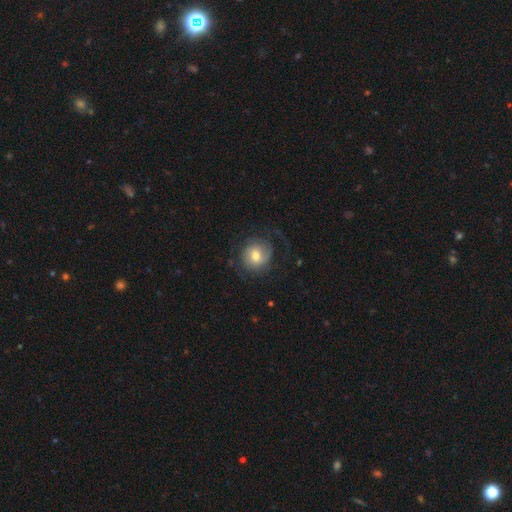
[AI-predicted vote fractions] This is possibly a smooth galaxy (49%). Merging: likely none (65%).